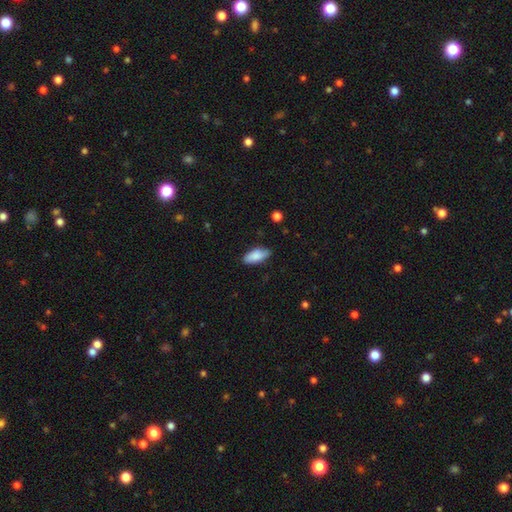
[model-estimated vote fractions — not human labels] Morphology: type=smooth (84%); roundness=in between (86%); merging=none (80%).